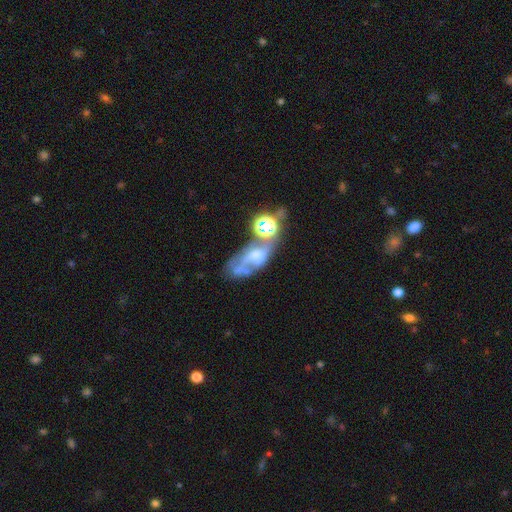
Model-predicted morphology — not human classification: Q: Smooth or featured?
A: featured or disk (51%); runner-up: star or artifact (26%)
Q: Edge-on disk?
A: no (91%); runner-up: yes (9%)
Q: Merging?
A: merger (31%); runner-up: none (30%)